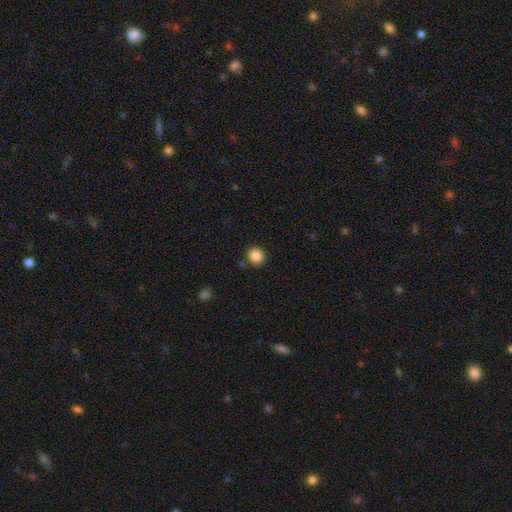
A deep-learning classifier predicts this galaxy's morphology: A smooth galaxy with no disk features (87%) that is round (88%). Merging: none (86%).